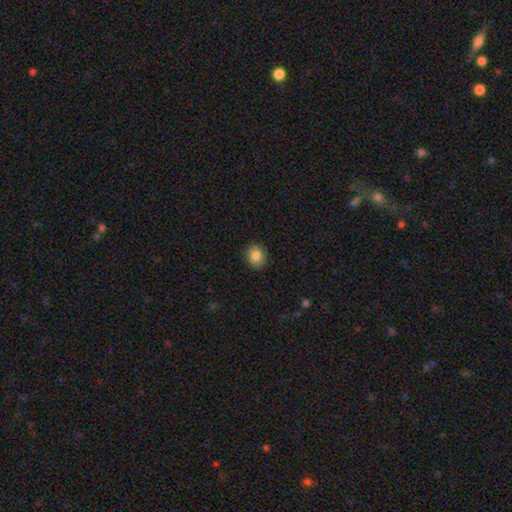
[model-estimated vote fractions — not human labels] smooth-or-featured: smooth: 84% | star or artifact: 9% | featured or disk: 7%
  how-rounded: round: 72% | in between: 27% | cigar-shaped: 1%
  merging: none: 89% | minor disturbance: 8% | major disturbance: 2% | merger: 1%